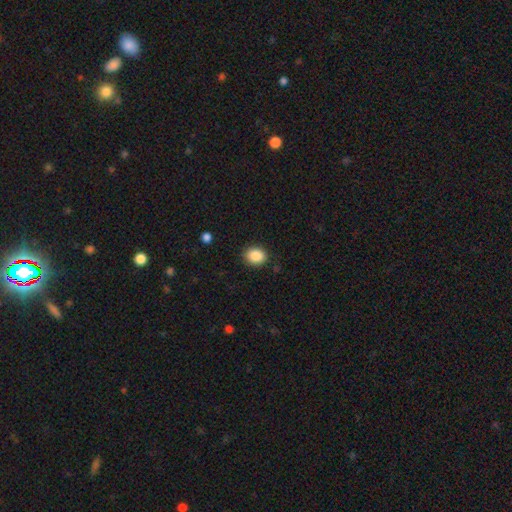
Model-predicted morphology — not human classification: smooth_or_featured: smooth (p=0.88) [alt: star or artifact p=0.09]
how_rounded: round (p=0.60) [alt: in between p=0.39]
merging: none (p=0.88) [alt: minor disturbance p=0.08]